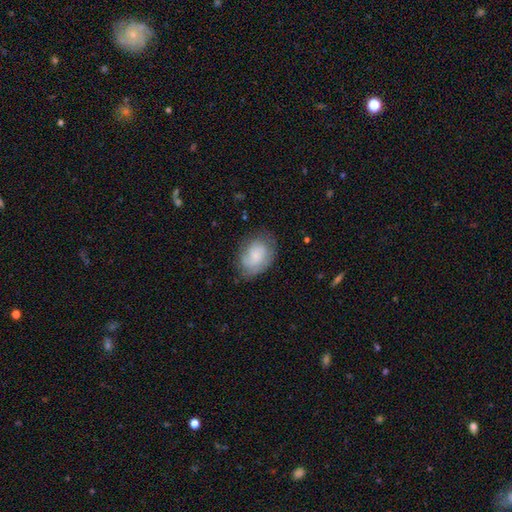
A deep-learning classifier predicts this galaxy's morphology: smooth 47%, featured or disk 45%, star or artifact 8%. Down the decision tree: merging — none (68%).